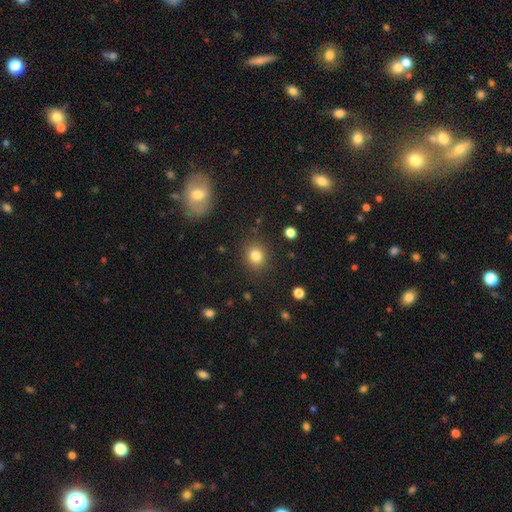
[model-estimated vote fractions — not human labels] Smooth or featured? smooth (83%)
How rounded? round (77%)
Merging? none (87%)